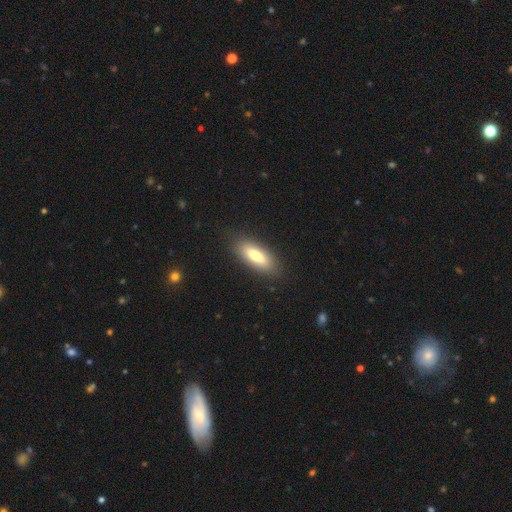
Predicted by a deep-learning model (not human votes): smooth_or_featured: smooth (p=0.70) [alt: featured or disk p=0.23]
how_rounded: in between (p=0.57) [alt: cigar-shaped p=0.40]
merging: none (p=0.85) [alt: minor disturbance p=0.10]